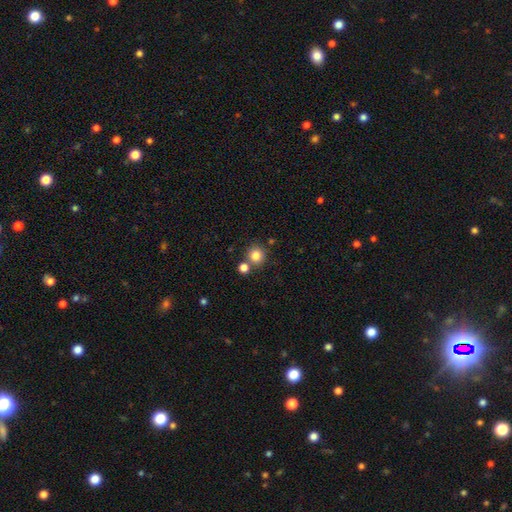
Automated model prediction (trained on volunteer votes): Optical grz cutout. It shows a smooth galaxy with no disk features (82%) that is round (91%). Merging: none (72%).